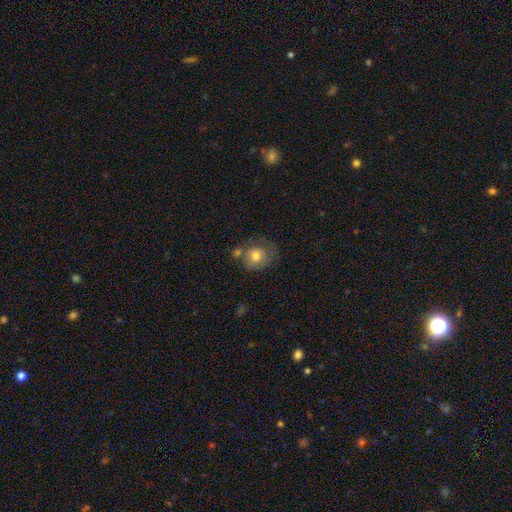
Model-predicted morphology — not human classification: smooth 69%, featured or disk 23%, star or artifact 8%. Down the decision tree: how rounded — round (73%); merging — none (47%).